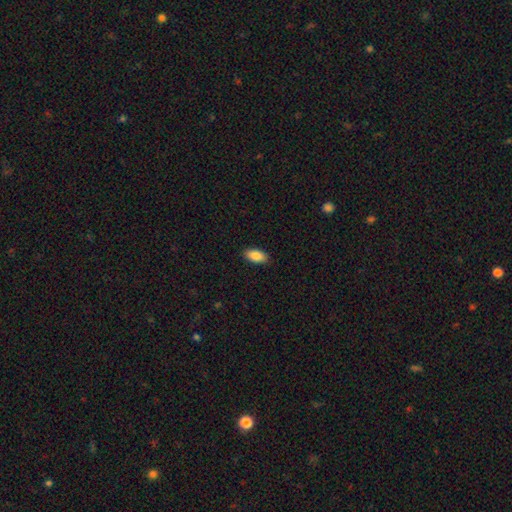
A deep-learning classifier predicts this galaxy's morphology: Smooth or featured: smooth — 87% (star or artifact — 7%)
How rounded: in between — 92% (cigar-shaped — 5%)
Merging: none — 90% (minor disturbance — 8%)